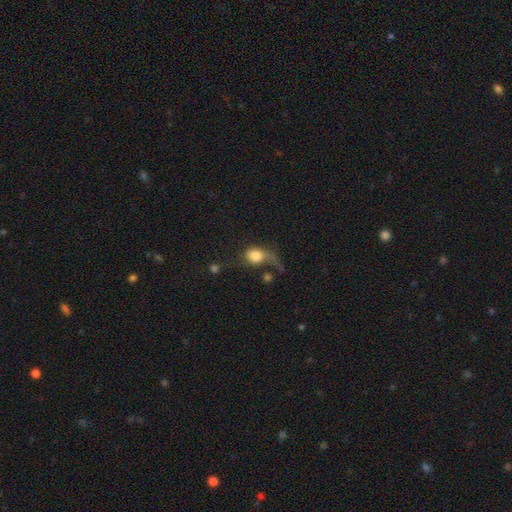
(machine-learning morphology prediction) Overall: smooth (71%). How rounded: round (51%; in between 46%). Merging: major disturbance (46%; none 23%).